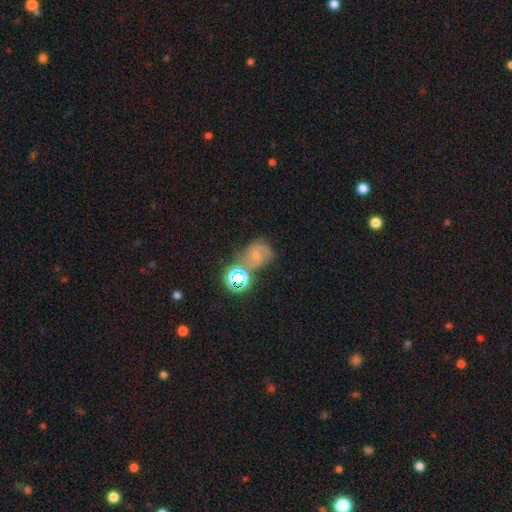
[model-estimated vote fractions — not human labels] This appears to be a featured or disk galaxy (53%) with no bar (53%), spiral arms (89%) and a small central bulge (55%). Merging: none (53%).